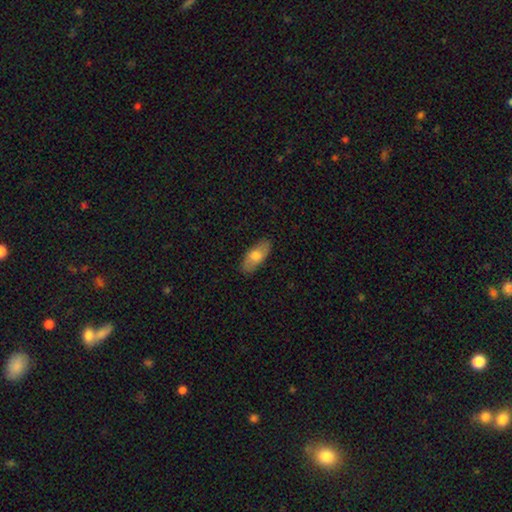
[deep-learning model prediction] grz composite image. It shows a smooth galaxy with no disk features (70%) that is in between round and cigar-shaped (85%). Merging: none (85%).